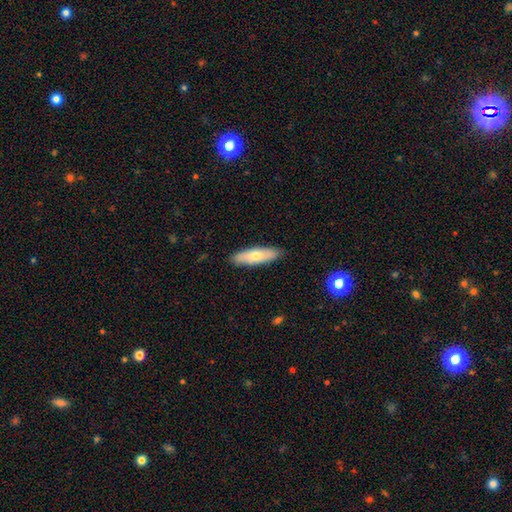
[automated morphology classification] Smooth or featured? Predicted: smooth (p=0.63). How rounded? Predicted: cigar-shaped (p=0.56). Merging? Predicted: none (p=0.88).